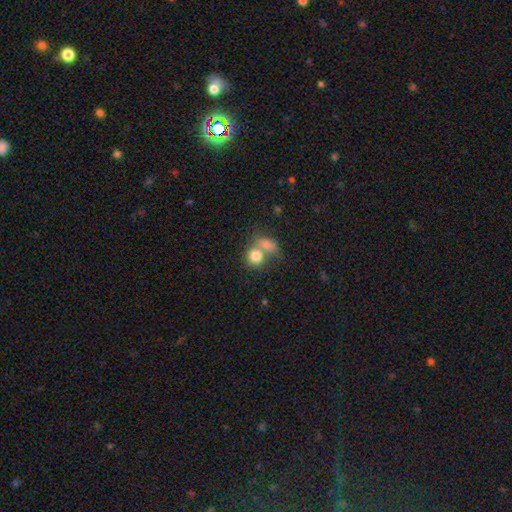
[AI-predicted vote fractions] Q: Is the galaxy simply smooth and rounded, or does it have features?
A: smooth — 80%.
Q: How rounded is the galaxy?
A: round — 70%.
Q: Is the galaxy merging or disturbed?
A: merger — 52%.